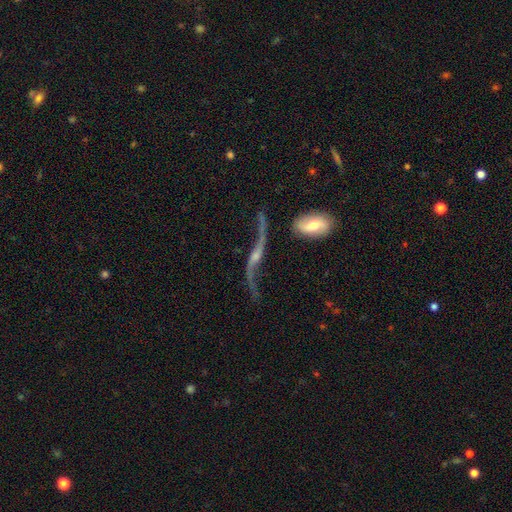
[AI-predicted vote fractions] Smooth or featured? Predicted: featured or disk (p=0.86). Edge-on disk? Predicted: no (p=0.83). Bar? Predicted: no (p=0.40). Spiral arms? Predicted: yes (p=0.94). Spiral winding? Predicted: loose (p=0.94). Spiral arm count? Predicted: 2 (p=0.92). Bulge size? Predicted: small (p=0.54). Merging? Predicted: none (p=0.56).